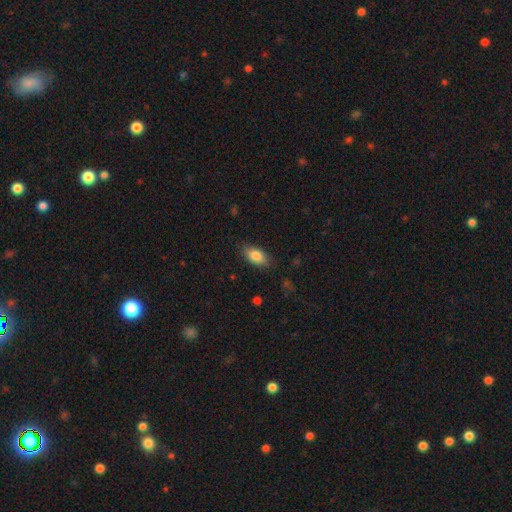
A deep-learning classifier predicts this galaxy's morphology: Q: Smooth or featured?
A: smooth (84%); runner-up: featured or disk (9%)
Q: How rounded?
A: in between (90%); runner-up: round (5%)
Q: Merging?
A: none (82%); runner-up: minor disturbance (13%)